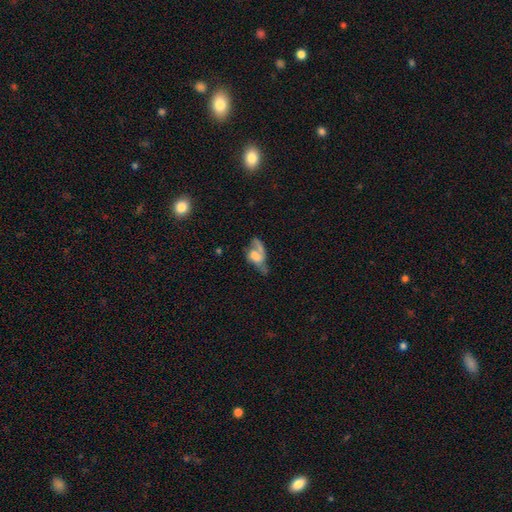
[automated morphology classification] Q: Smooth or featured?
A: featured or disk (51%); runner-up: smooth (38%)
Q: Edge-on disk?
A: no (91%); runner-up: yes (9%)
Q: Merging?
A: major disturbance (38%); runner-up: none (25%)